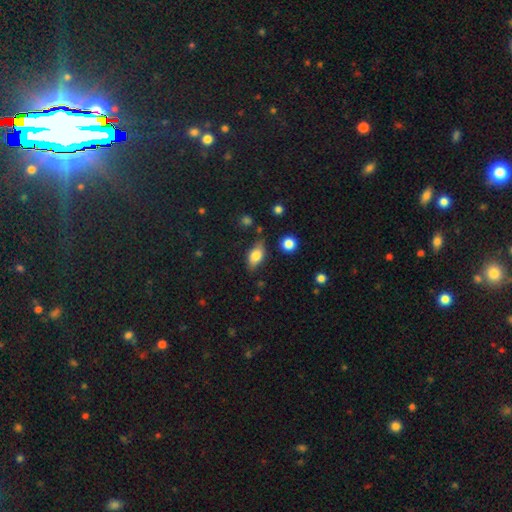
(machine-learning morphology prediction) Smooth or featured?
  - smooth: 72% *
  - featured or disk: 20%
  - star or artifact: 8%
How rounded?
  - in between: 82% *
  - round: 9%
  - cigar-shaped: 9%
Merging?
  - none: 75% *
  - minor disturbance: 18%
  - major disturbance: 4%
  - merger: 3%